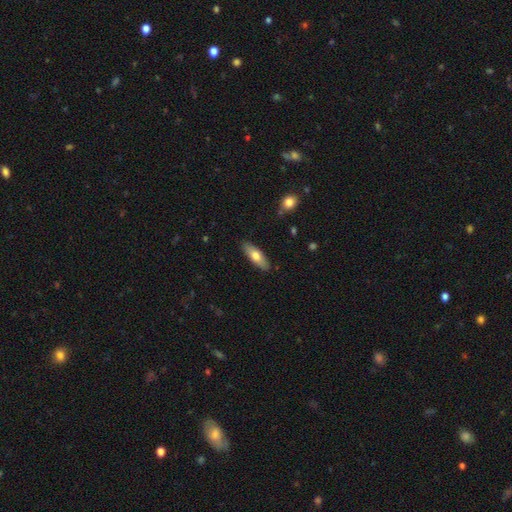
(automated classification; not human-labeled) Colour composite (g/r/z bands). It shows a smooth galaxy with no disk features (68%) that is in between round and cigar-shaped (58%). Merging: none (88%).